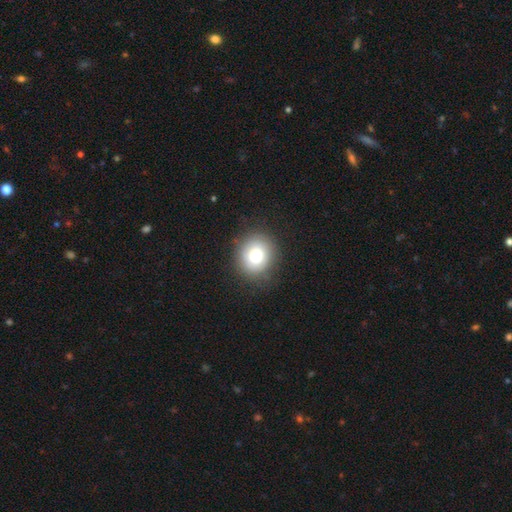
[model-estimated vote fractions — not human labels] Morphology: type=smooth (78%); roundness=round (82%); merging=none (85%).